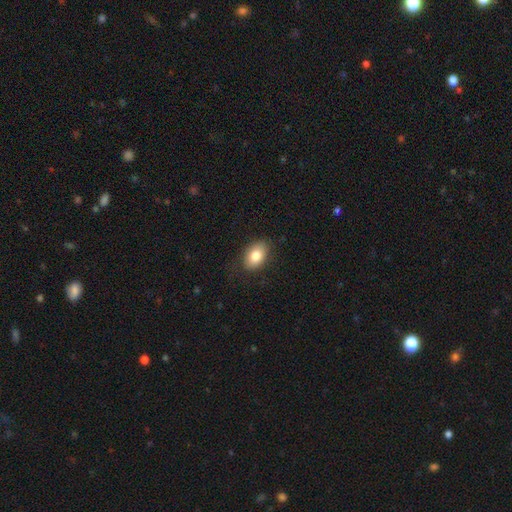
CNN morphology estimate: Smooth or featured?
  - smooth: 83% *
  - featured or disk: 10%
  - star or artifact: 7%
How rounded?
  - in between: 86% *
  - round: 12%
  - cigar-shaped: 1%
Merging?
  - none: 82% *
  - minor disturbance: 13%
  - major disturbance: 4%
  - merger: 1%